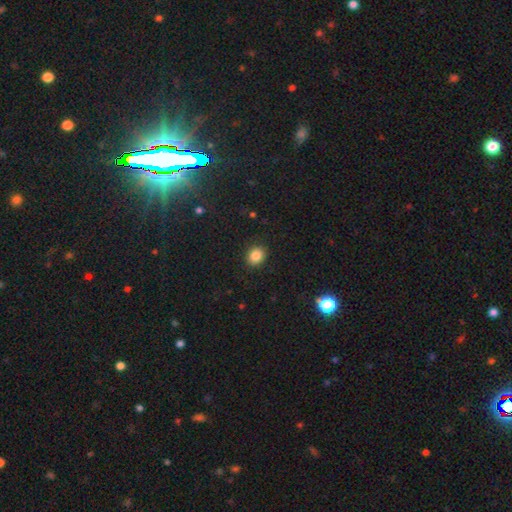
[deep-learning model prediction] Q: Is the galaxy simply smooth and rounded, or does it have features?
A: smooth — 85%.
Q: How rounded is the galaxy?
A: round — 71%.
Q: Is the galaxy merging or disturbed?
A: none — 90%.